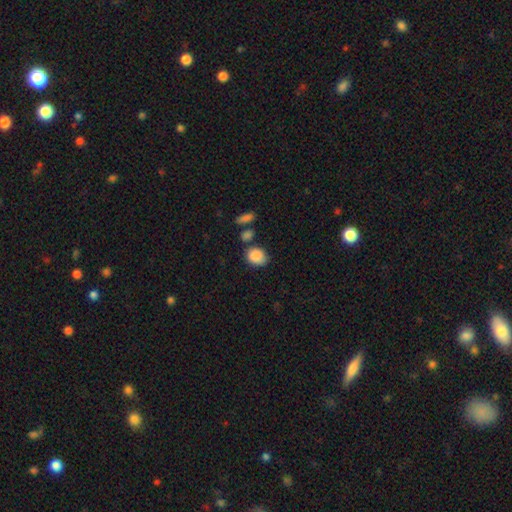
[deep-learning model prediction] A smooth galaxy with no disk features (86%) that is in between round and cigar-shaped (57%).

Vote fractions:
- Smooth or featured? smooth: 86% / star or artifact: 8% / featured or disk: 6%
- How rounded? in between: 57% / round: 41% / cigar-shaped: 1%
- Merging? none: 58% / minor disturbance: 23% / merger: 13% / major disturbance: 6%